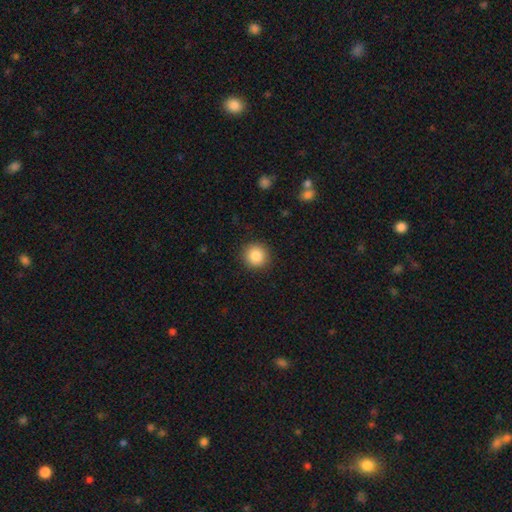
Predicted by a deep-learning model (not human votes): Smooth or featured: smooth — 86% (star or artifact — 9%)
How rounded: round — 93% (in between — 6%)
Merging: none — 90% (minor disturbance — 7%)